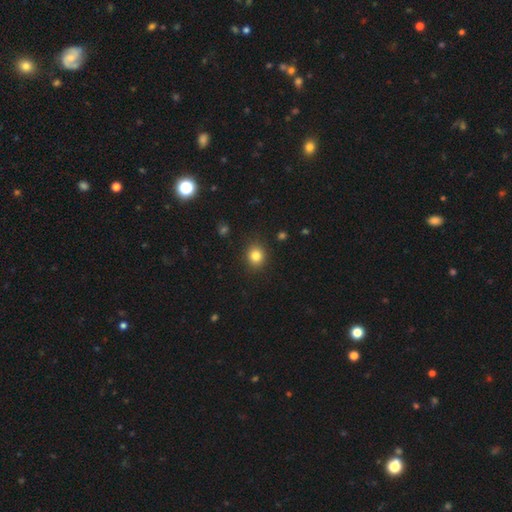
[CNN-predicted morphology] smooth-or-featured: smooth: 82% | star or artifact: 12% | featured or disk: 6%
  how-rounded: round: 78% | in between: 21% | cigar-shaped: 1%
  merging: none: 89% | minor disturbance: 7% | major disturbance: 2% | merger: 1%